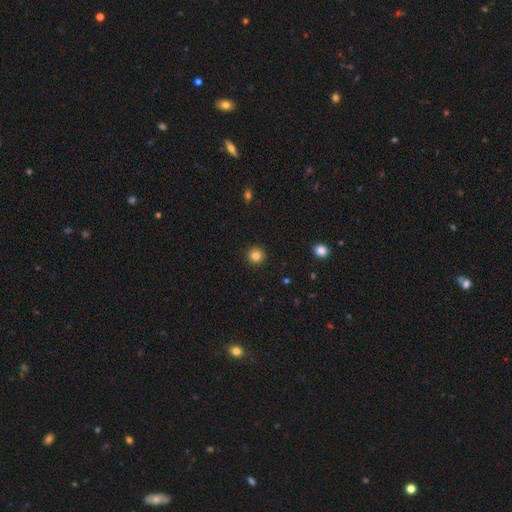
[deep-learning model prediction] smooth-or-featured: smooth: 84% | star or artifact: 12% | featured or disk: 5%
  how-rounded: round: 95% | in between: 4% | cigar-shaped: 1%
  merging: none: 93% | minor disturbance: 4% | major disturbance: 2% | merger: 1%